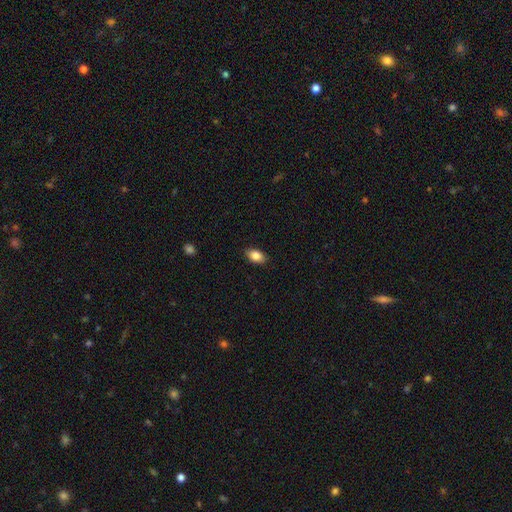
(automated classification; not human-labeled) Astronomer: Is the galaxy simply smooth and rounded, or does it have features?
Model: smooth — 86%.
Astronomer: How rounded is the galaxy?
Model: in between — 90%.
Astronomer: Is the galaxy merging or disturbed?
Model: none — 89%.